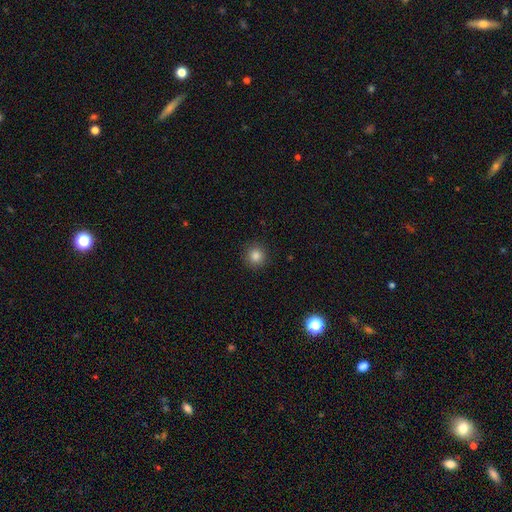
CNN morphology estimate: The model was most divided on "smooth or featured": smooth: 85%, star or artifact: 11%, featured or disk: 4%. More confident: how rounded — round (93%); merging — none (91%).